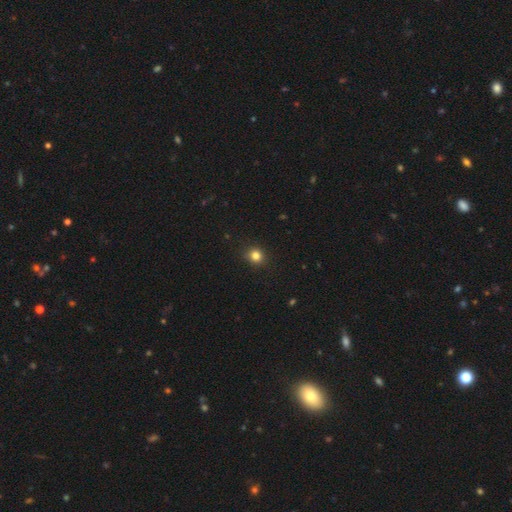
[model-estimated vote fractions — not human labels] This is clearly a smooth galaxy (82%). How rounded: clearly round (84%). Merging: clearly none (90%).